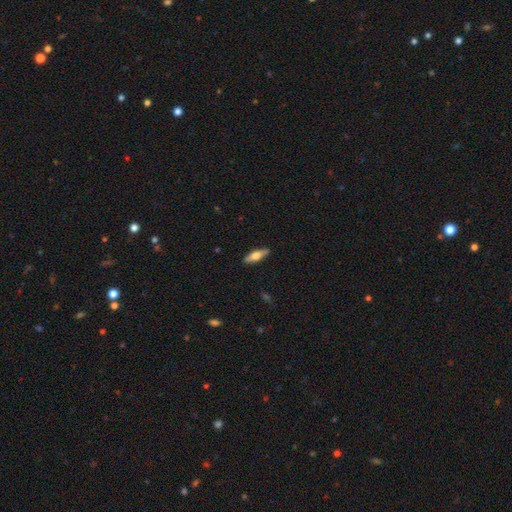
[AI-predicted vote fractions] A smooth galaxy with no disk features (54%) that is cigar-shaped (53%). Merging: none (89%).